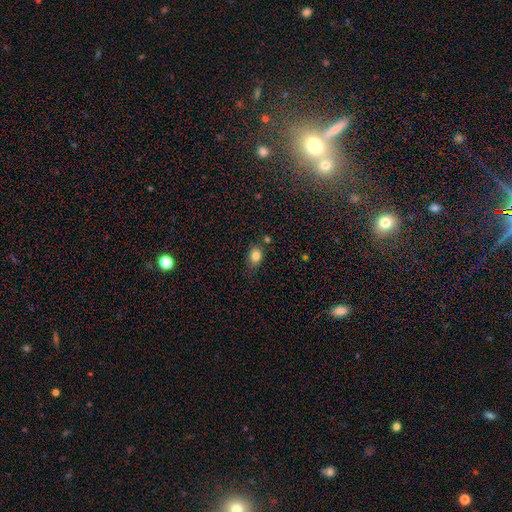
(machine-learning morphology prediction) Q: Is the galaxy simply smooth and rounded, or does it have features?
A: smooth — 83%.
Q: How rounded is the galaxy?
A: in between — 64%.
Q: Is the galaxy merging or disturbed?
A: none — 72%.